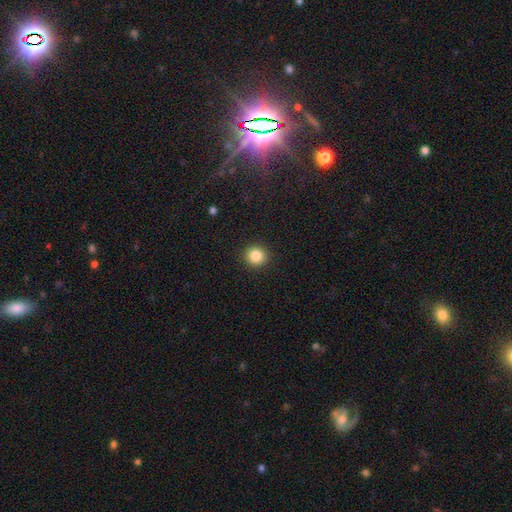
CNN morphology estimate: smooth_or_featured: smooth (p=0.85) [alt: star or artifact p=0.10]
how_rounded: round (p=0.91) [alt: in between p=0.08]
merging: none (p=0.92) [alt: minor disturbance p=0.05]